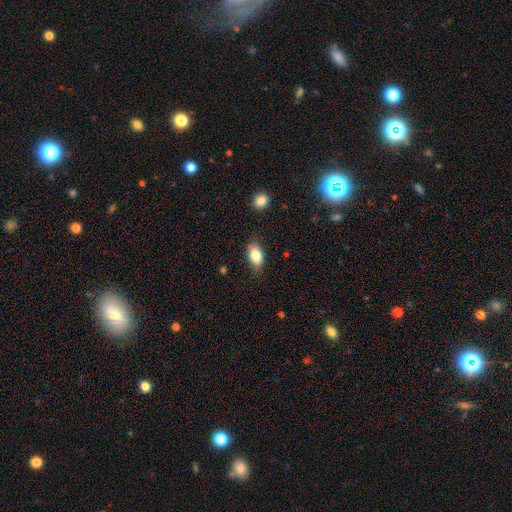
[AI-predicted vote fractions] smooth_or_featured: smooth (p=0.81) [alt: featured or disk p=0.11]
how_rounded: in between (p=0.88) [alt: round p=0.06]
merging: none (p=0.78) [alt: minor disturbance p=0.17]